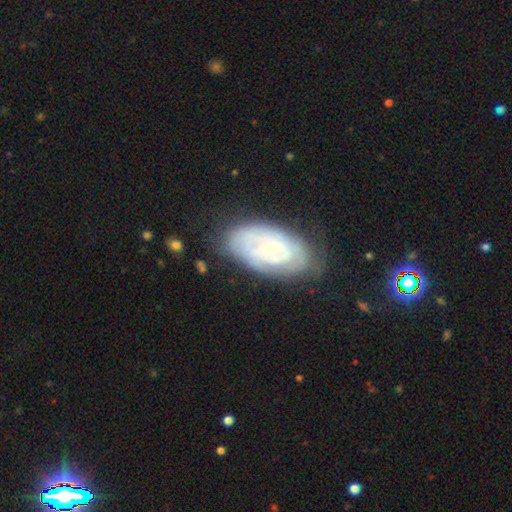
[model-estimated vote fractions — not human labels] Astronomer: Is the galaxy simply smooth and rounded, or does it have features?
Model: featured or disk — 74%.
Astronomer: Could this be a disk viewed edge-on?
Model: no — 95%.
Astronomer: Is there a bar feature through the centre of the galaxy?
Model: no — 66%.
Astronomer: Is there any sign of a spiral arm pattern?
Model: yes — 72%.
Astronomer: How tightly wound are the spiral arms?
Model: tight — 69%.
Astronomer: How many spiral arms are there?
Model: can't tell — 52%.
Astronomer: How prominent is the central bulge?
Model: small — 55% (runner-up: moderate, 40%).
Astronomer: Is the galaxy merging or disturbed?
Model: none — 64%.